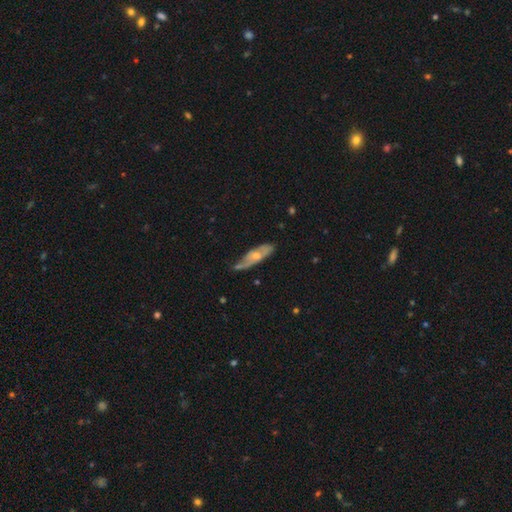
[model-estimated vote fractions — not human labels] featured or disk 66%, smooth 27%, star or artifact 7%. Down the decision tree: edge-on disk — no (63%); merging — none (59%).